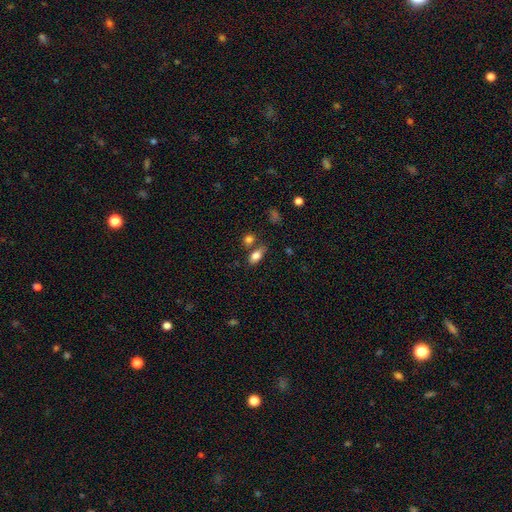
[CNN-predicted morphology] This appears to be a smooth galaxy with no disk features (79%) that is in between round and cigar-shaped (85%). Merging: none (61%).